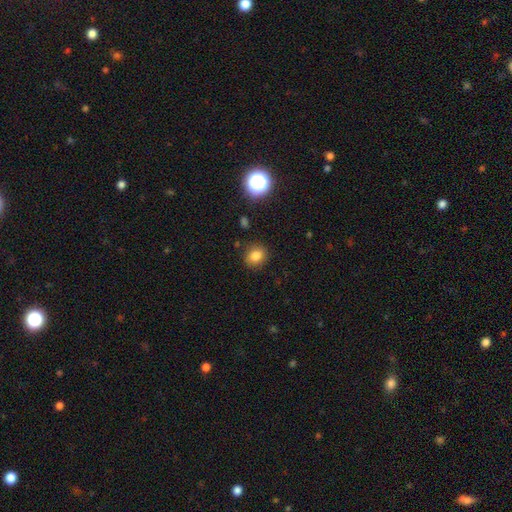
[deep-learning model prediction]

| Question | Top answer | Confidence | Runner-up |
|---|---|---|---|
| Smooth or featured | smooth | 81% | star or artifact (13%) |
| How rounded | round | 71% | in between (28%) |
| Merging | none | 86% | minor disturbance (10%) |